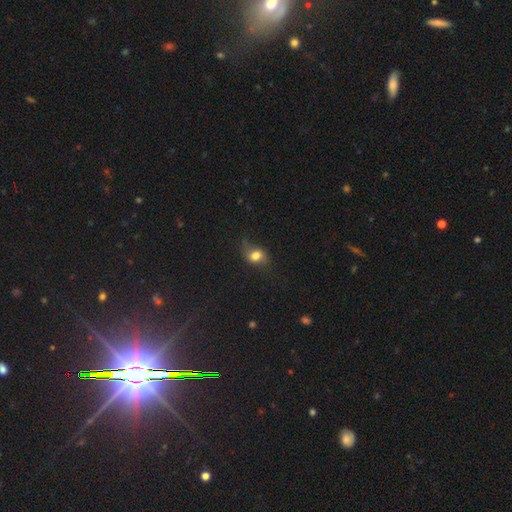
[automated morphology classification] Smooth or featured: smooth — 73% (featured or disk — 16%)
How rounded: round — 50% (in between — 49%)
Merging: none — 60% (minor disturbance — 27%)